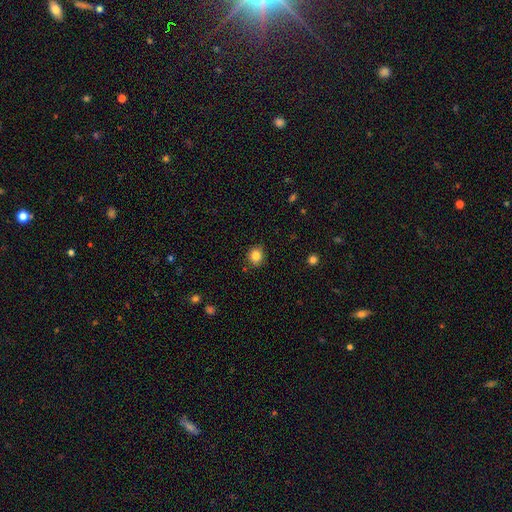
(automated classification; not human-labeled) Smooth or featured: smooth — 84% (star or artifact — 11%)
How rounded: round — 78% (in between — 21%)
Merging: none — 87% (minor disturbance — 10%)